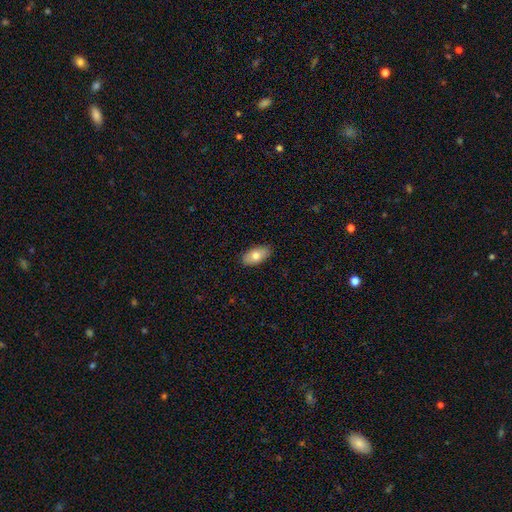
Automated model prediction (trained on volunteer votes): Overall: smooth (76%). How rounded: in between (92%). Merging: none (88%).